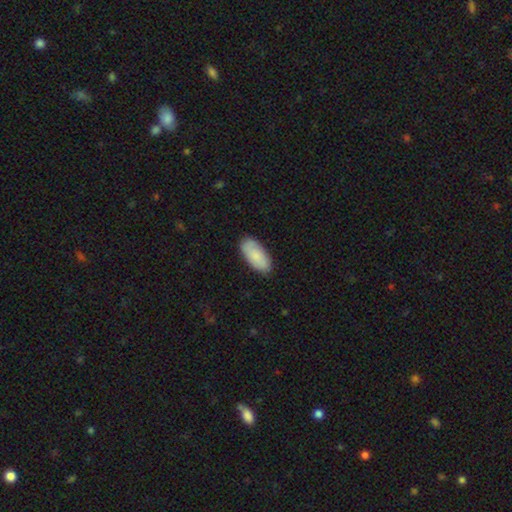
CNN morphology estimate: smooth-or-featured: smooth: 81% | featured or disk: 13% | star or artifact: 6%
  how-rounded: in between: 92% | cigar-shaped: 6% | round: 2%
  merging: none: 84% | minor disturbance: 13% | major disturbance: 2% | merger: 1%